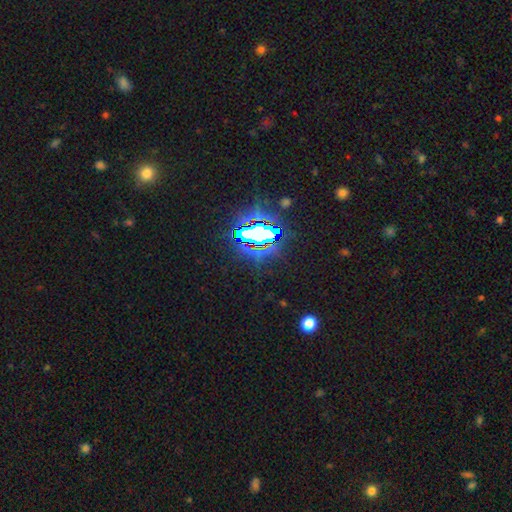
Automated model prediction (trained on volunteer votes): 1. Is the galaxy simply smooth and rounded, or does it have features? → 83% star or artifact, 10% smooth, 7% featured or disk.